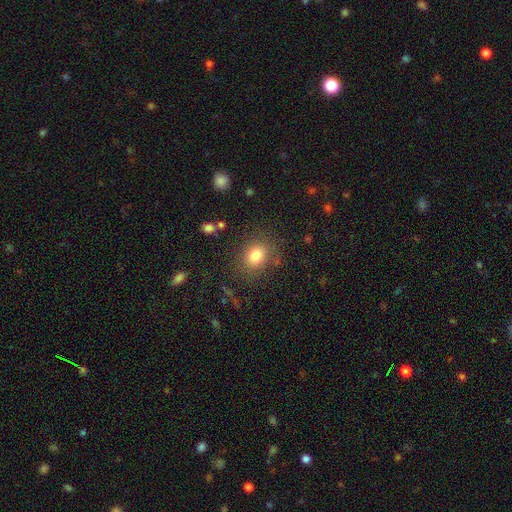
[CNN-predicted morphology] type=smooth (80%); roundness=round (61%); merging=none (79%).